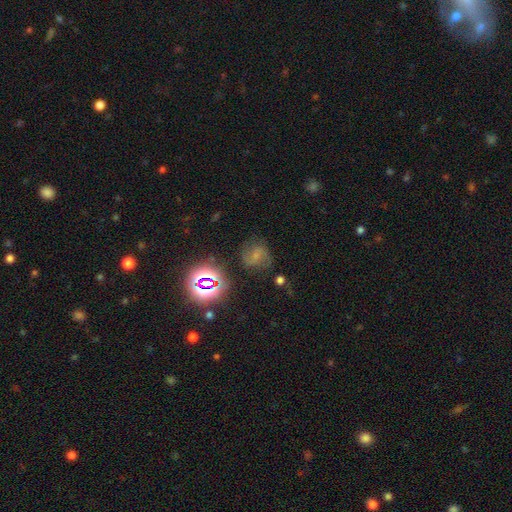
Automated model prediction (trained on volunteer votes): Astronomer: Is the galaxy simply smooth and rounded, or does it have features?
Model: featured or disk — 40% (runner-up: smooth, 35%).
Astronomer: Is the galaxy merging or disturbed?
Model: none — 66%.